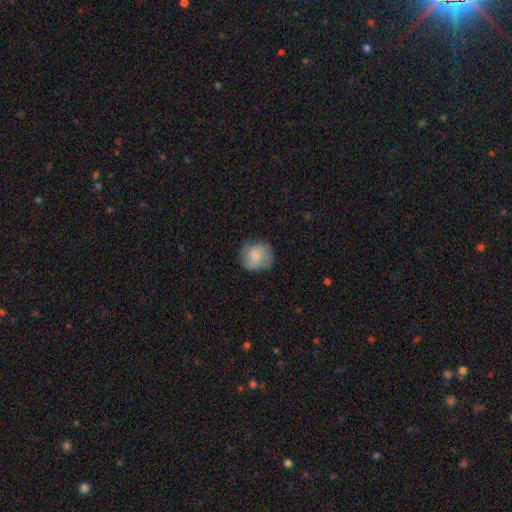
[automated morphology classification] Smooth or featured? smooth (73%)
How rounded? round (84%)
Merging? none (70%)